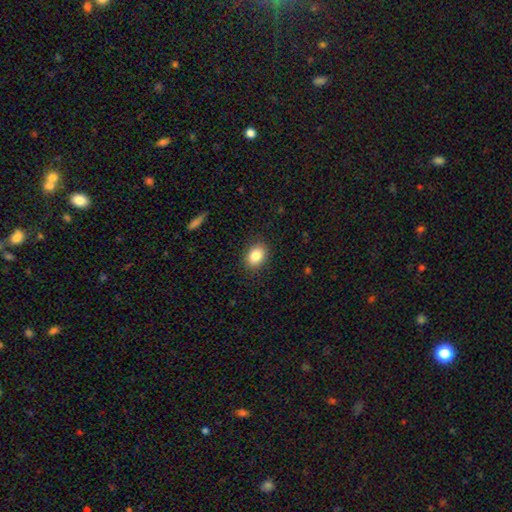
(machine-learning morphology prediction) Smooth or featured: smooth — 85% (star or artifact — 9%)
How rounded: in between — 65% (round — 34%)
Merging: none — 88% (minor disturbance — 9%)